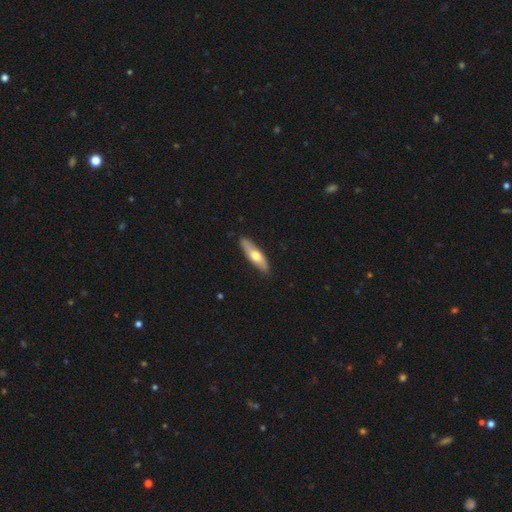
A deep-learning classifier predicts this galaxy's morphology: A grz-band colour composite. It shows a smooth galaxy with no disk features (57%) that is cigar-shaped (66%). Merging: none (86%).